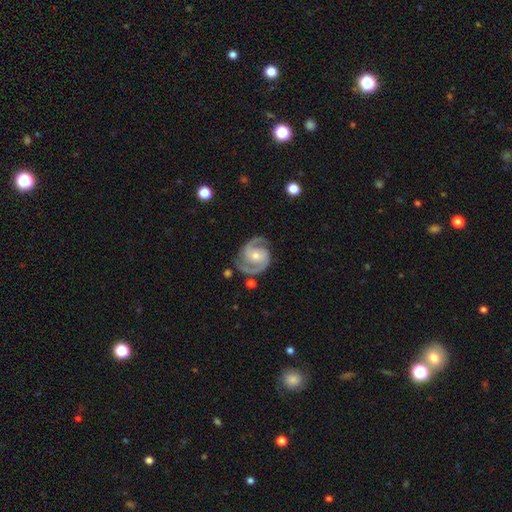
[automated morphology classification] The model was most divided on "bulge size": moderate: 48%, small: 47%, large: 2%, none: 2%, dominant: 1%. More confident: spiral arms — yes (98%); edge-on disk — no (98%); spiral arm count — 2 (93%); smooth or featured — featured or disk (92%); merging — none (80%); bar — no (54%); spiral winding — medium (52%).